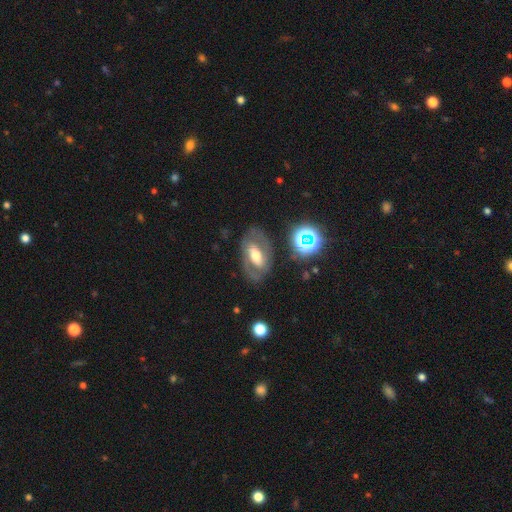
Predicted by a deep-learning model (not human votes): Q: Smooth or featured?
A: featured or disk (68%); runner-up: smooth (22%)
Q: Edge-on disk?
A: no (94%); runner-up: yes (6%)
Q: Bar?
A: weak (36%); runner-up: strong (33%)
Q: Spiral arms?
A: yes (72%); runner-up: no (28%)
Q: Bulge size?
A: moderate (63%); runner-up: small (19%)
Q: Merging?
A: none (75%); runner-up: minor disturbance (15%)